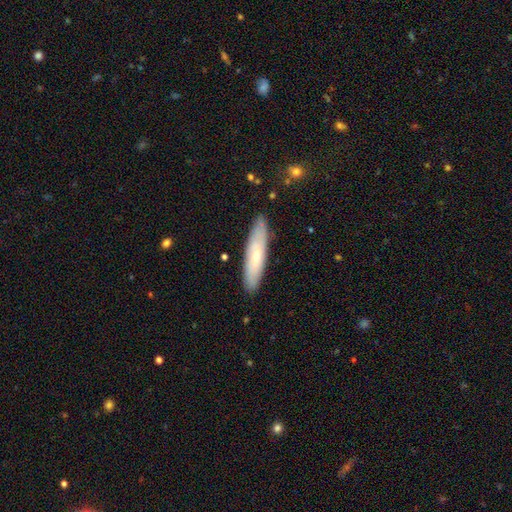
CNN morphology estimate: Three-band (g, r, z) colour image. It shows a smooth galaxy with no disk features (53%) that is cigar-shaped (76%). Merging: none (86%).